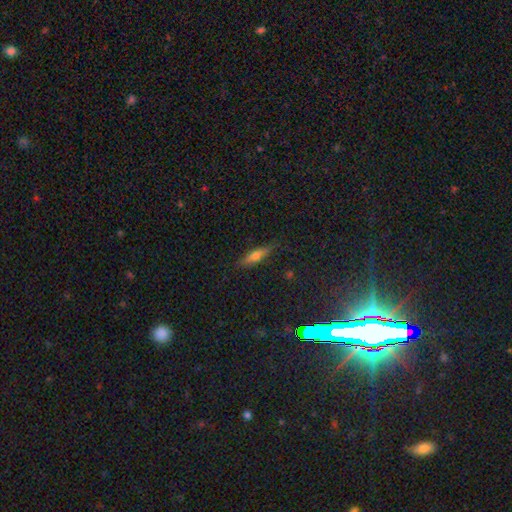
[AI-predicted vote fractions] smooth_or_featured: smooth (p=0.61) [alt: featured or disk p=0.29]
how_rounded: cigar-shaped (p=0.57) [alt: in between p=0.40]
merging: none (p=0.83) [alt: minor disturbance p=0.13]